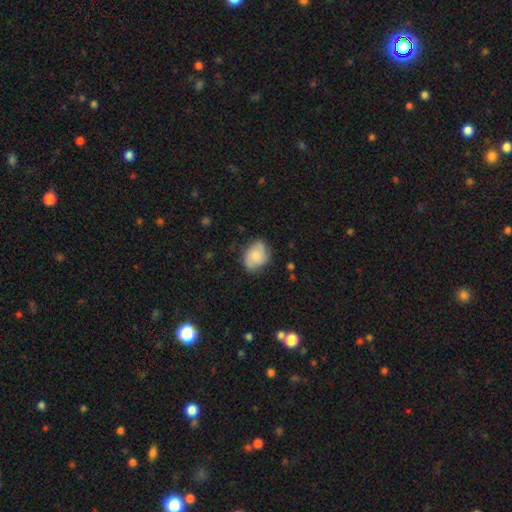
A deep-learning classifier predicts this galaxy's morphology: This is possibly a smooth galaxy (59%). How rounded: possibly in between (57%). Merging: likely none (72%).